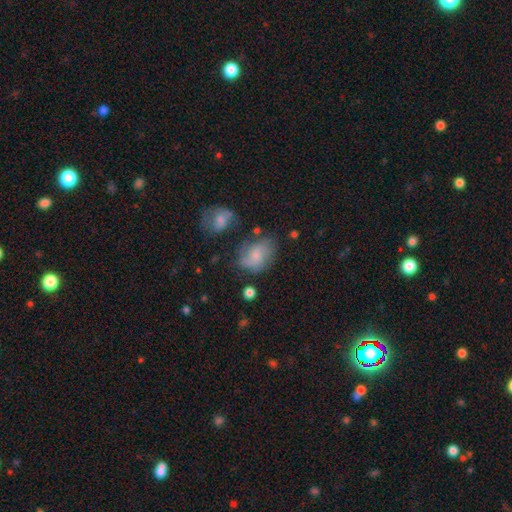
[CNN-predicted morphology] Overall: smooth (57%; featured or disk 33%). How rounded: in between (69%; round 30%). Merging: none (52%; minor disturbance 27%).